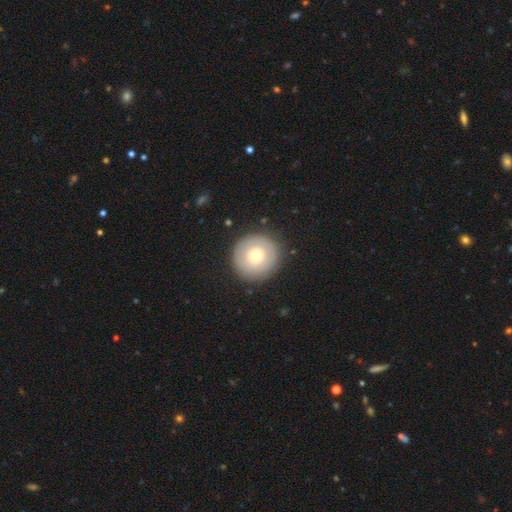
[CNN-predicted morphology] A smooth galaxy with no disk features (63%) that is round (96%). Merging: none (88%).